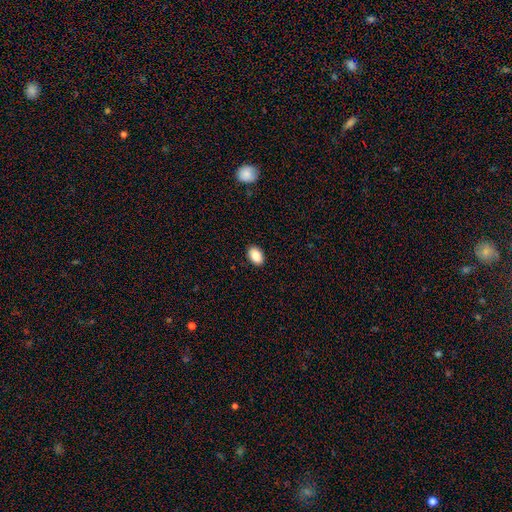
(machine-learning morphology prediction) Smooth or featured?
  - smooth: 89% *
  - star or artifact: 7%
  - featured or disk: 4%
How rounded?
  - in between: 88% *
  - round: 11%
  - cigar-shaped: 1%
Merging?
  - none: 90% *
  - minor disturbance: 7%
  - major disturbance: 2%
  - merger: 1%